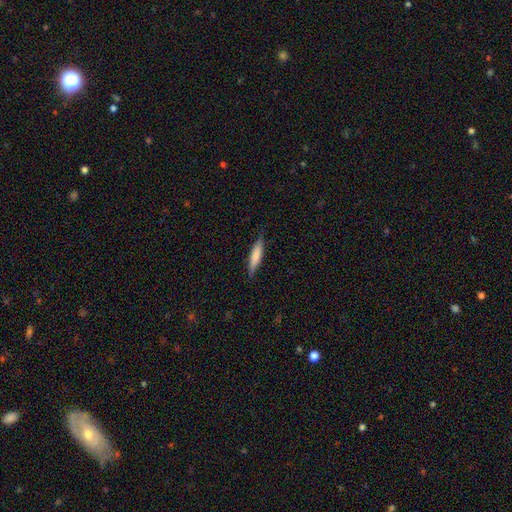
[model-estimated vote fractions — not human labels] This is likely a smooth galaxy (71%). How rounded: clearly cigar-shaped (82%). Merging: clearly none (84%).